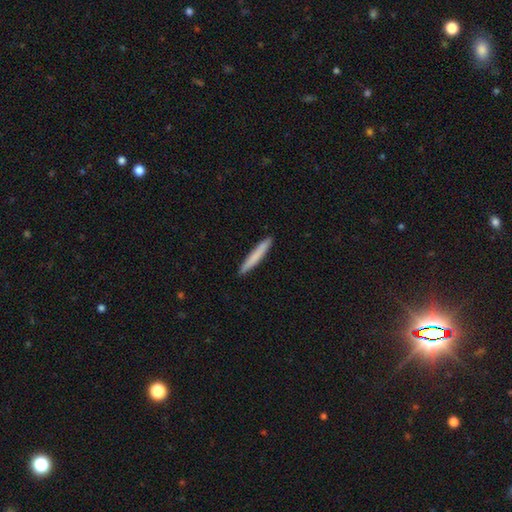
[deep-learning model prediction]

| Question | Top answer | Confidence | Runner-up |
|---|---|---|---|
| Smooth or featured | smooth | 76% | featured or disk (19%) |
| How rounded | cigar-shaped | 96% | in between (3%) |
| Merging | none | 93% | minor disturbance (5%) |